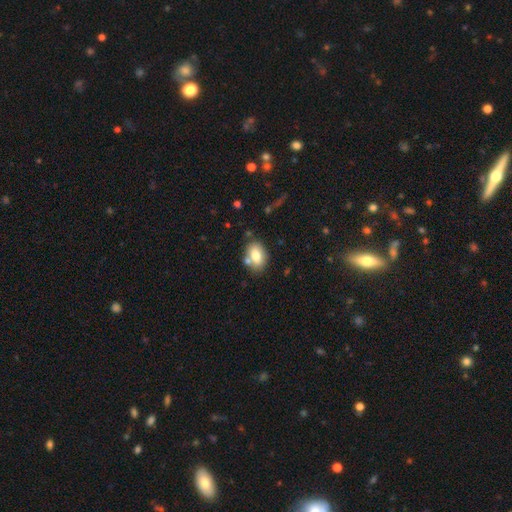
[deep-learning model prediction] This appears to be a smooth galaxy with no disk features (77%) that is in between round and cigar-shaped (83%). Merging: none (68%).